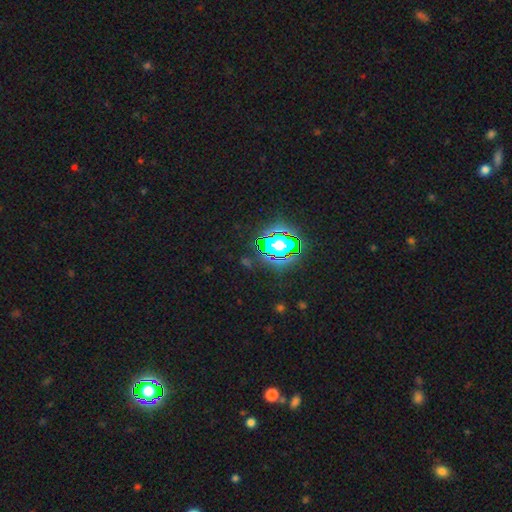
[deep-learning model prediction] Overall: star or artifact (83%).